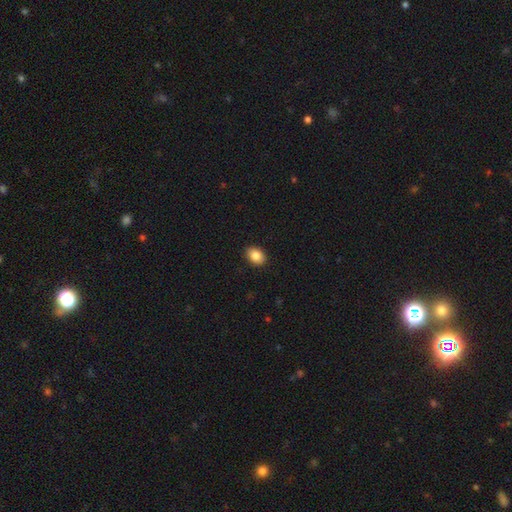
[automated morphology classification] smooth-or-featured: smooth: 86% | star or artifact: 8% | featured or disk: 6%
  how-rounded: in between: 75% | round: 24% | cigar-shaped: 1%
  merging: none: 90% | minor disturbance: 7% | major disturbance: 2% | merger: 1%